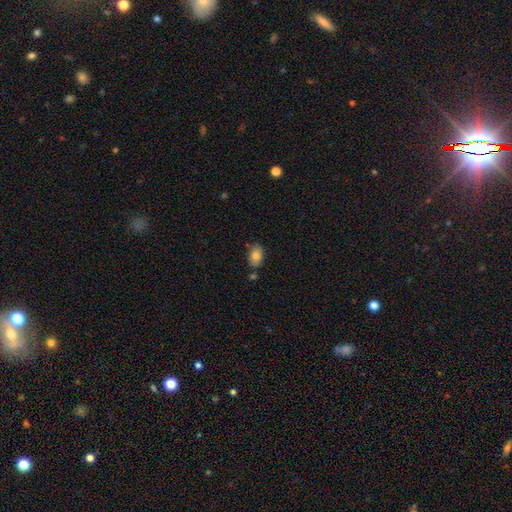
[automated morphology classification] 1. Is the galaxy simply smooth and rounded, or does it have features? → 82% smooth, 10% featured or disk, 8% star or artifact.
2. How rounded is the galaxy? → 86% in between, 12% round, 1% cigar-shaped.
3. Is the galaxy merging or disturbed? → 72% none, 18% minor disturbance, 7% merger, 3% major disturbance.